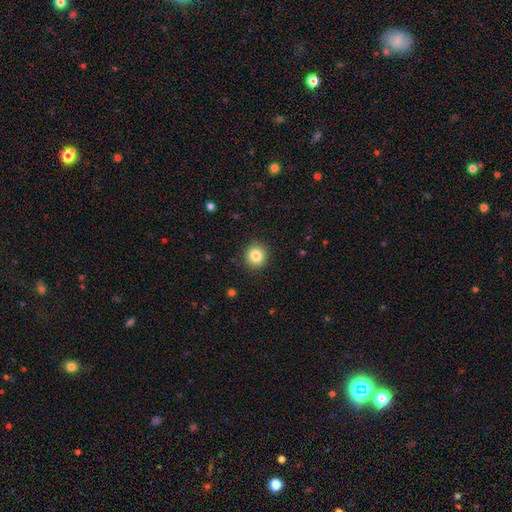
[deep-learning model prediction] Q: Smooth or featured?
A: smooth (83%); runner-up: star or artifact (10%)
Q: How rounded?
A: round (92%); runner-up: in between (7%)
Q: Merging?
A: none (91%); runner-up: minor disturbance (6%)